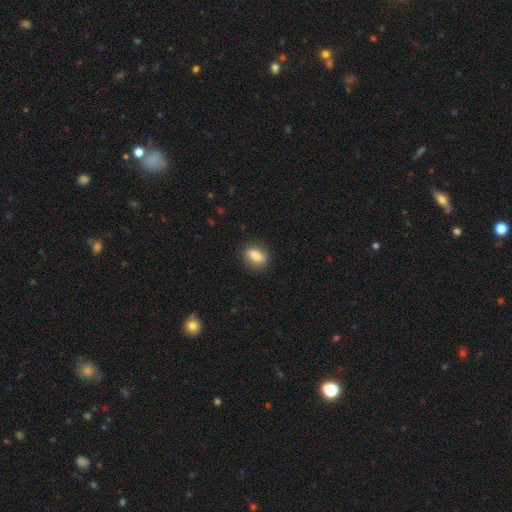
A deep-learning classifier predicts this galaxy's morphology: Q: Smooth or featured?
A: smooth (78%); runner-up: featured or disk (14%)
Q: How rounded?
A: in between (62%); runner-up: round (35%)
Q: Merging?
A: none (85%); runner-up: minor disturbance (11%)